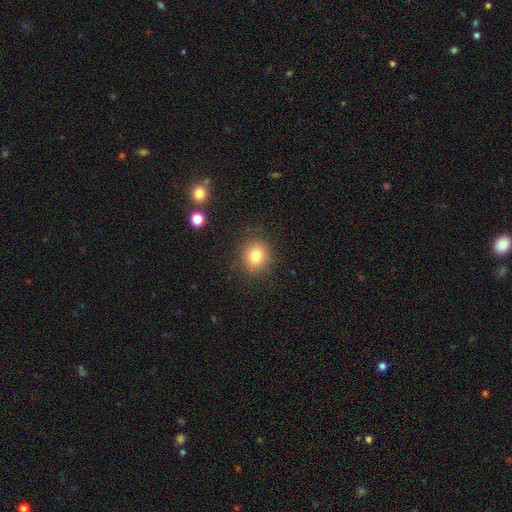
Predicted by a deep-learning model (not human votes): Q: Smooth or featured?
A: smooth (79%); runner-up: star or artifact (12%)
Q: How rounded?
A: round (82%); runner-up: in between (17%)
Q: Merging?
A: none (87%); runner-up: minor disturbance (9%)